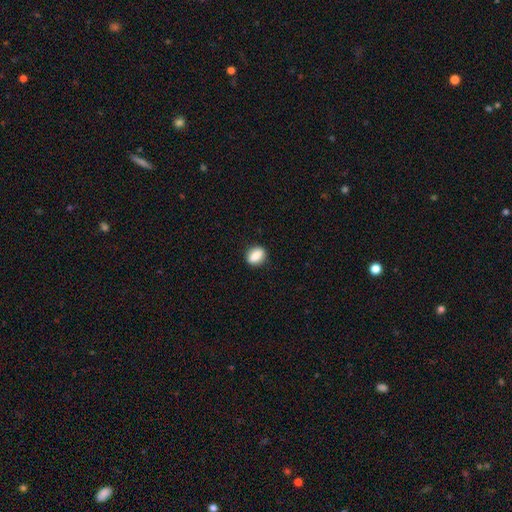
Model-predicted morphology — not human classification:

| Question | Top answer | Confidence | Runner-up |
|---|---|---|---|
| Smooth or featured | smooth | 84% | star or artifact (8%) |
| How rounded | in between | 67% | round (29%) |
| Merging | none | 88% | minor disturbance (9%) |